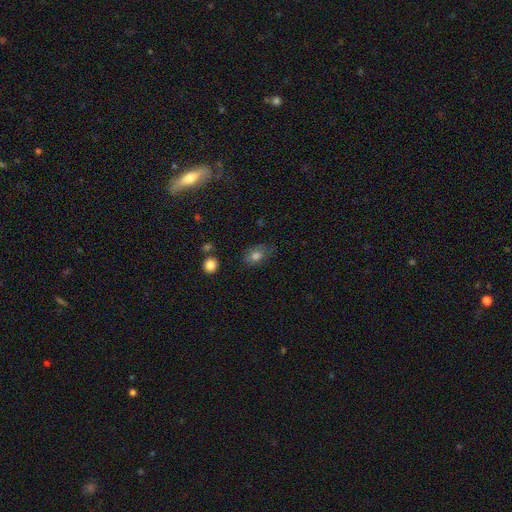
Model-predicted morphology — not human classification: This is likely a smooth galaxy (79%). How rounded: likely in between (74%). Merging: likely none (68%).